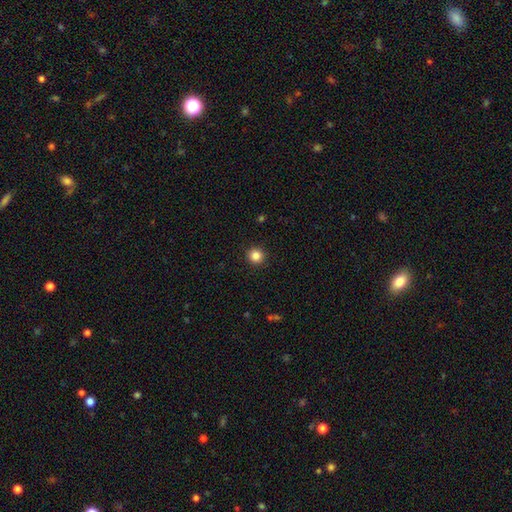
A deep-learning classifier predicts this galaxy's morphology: type=smooth (85%); roundness=round (95%); merging=none (92%).